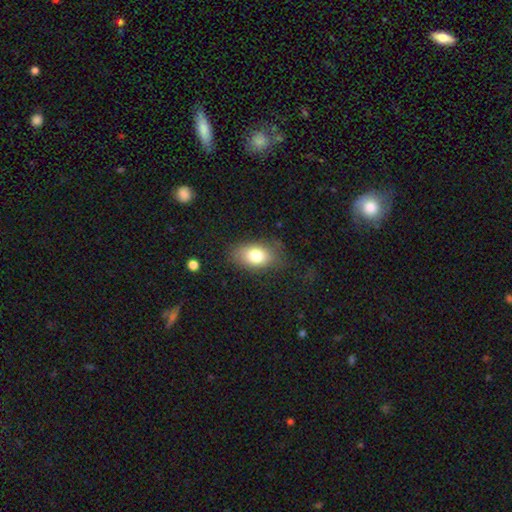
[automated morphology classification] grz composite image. It shows a smooth galaxy with no disk features (79%) that is in between round and cigar-shaped (86%). Merging: none (72%).